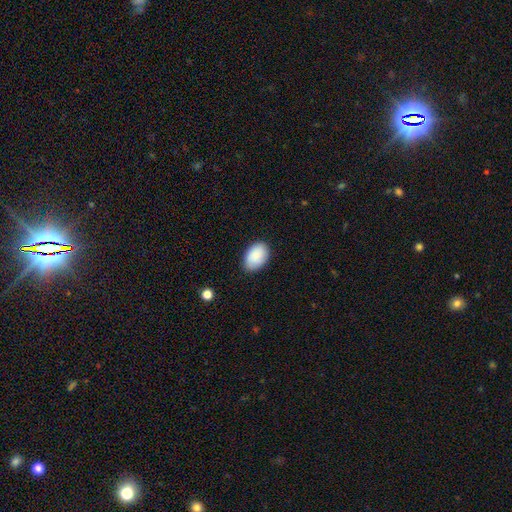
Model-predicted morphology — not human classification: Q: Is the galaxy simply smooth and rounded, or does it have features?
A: smooth — 88%.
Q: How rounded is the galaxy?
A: in between — 89%.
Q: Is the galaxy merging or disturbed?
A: none — 84%.